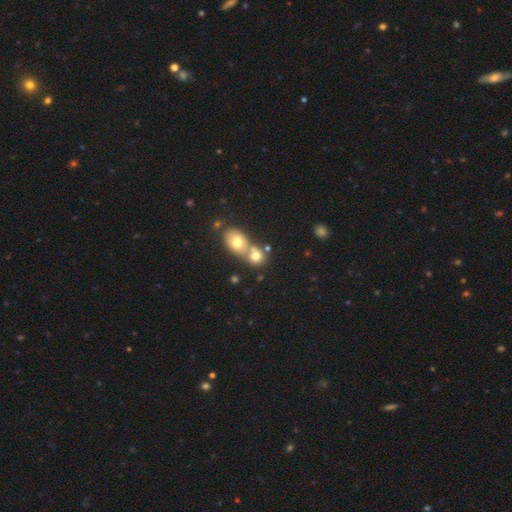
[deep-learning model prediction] The model was most divided on "how rounded": round: 62%, in between: 36%, cigar-shaped: 1%. More confident: smooth or featured — smooth (71%); merging — merger (60%).